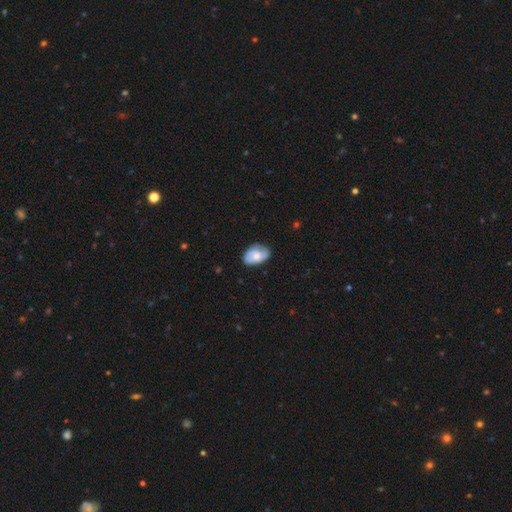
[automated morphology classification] A smooth galaxy with no disk features (64%) that is in between round and cigar-shaped (88%).

Vote fractions:
- Smooth or featured? smooth: 64% / featured or disk: 29% / star or artifact: 7%
- How rounded? in between: 88% / round: 10% / cigar-shaped: 1%
- Merging? none: 68% / minor disturbance: 25% / major disturbance: 5% / merger: 1%